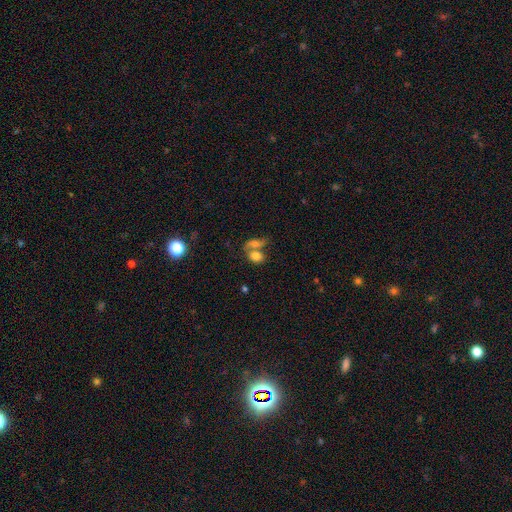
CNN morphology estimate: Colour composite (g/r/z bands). It shows a smooth galaxy with no disk features (74%) that is in between round and cigar-shaped (62%). Merging: merger (58%).